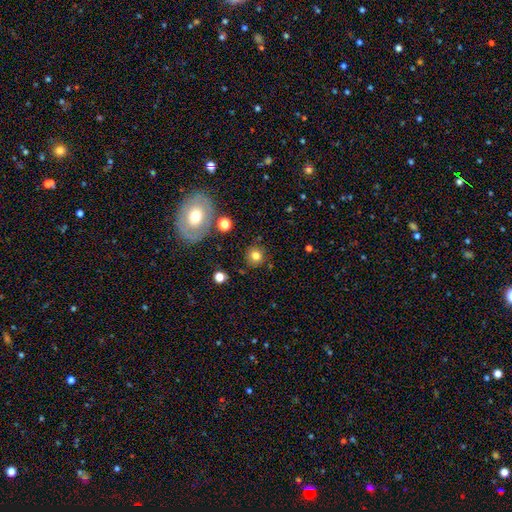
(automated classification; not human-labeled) This appears to be a smooth galaxy with no disk features (78%) that is round (88%). Merging: none (85%).